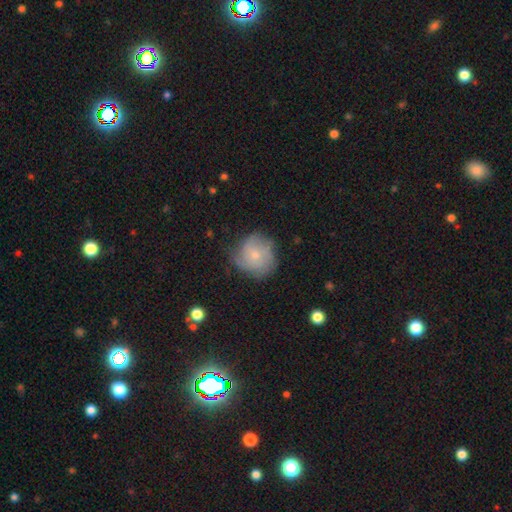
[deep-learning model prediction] Smooth or featured? Predicted: smooth (p=0.50). How rounded? Predicted: round (p=0.86). Merging? Predicted: none (p=0.64).